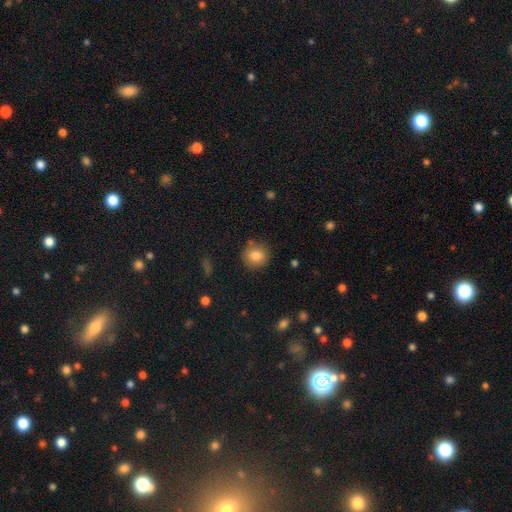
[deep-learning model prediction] The model was most divided on "smooth or featured": smooth: 83%, star or artifact: 9%, featured or disk: 8%. More confident: how rounded — round (87%); merging — none (84%).